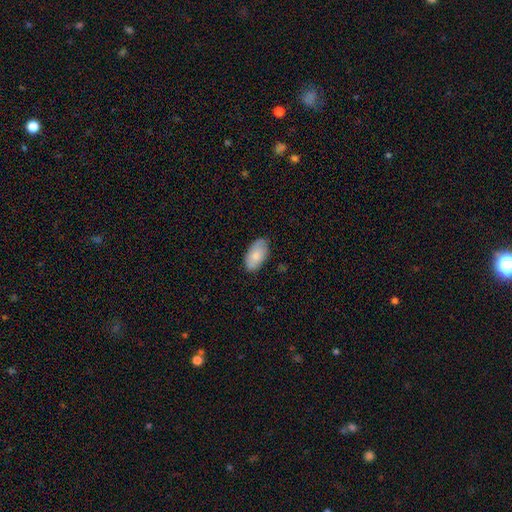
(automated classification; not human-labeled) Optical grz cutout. It shows a smooth galaxy with no disk features (79%) that is in between round and cigar-shaped (95%). Merging: none (81%).